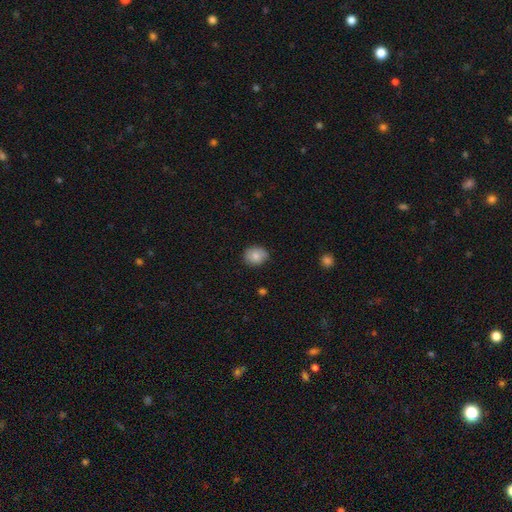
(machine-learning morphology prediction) Smooth or featured: smooth — 83% (featured or disk — 9%)
How rounded: round — 61% (in between — 38%)
Merging: none — 79% (minor disturbance — 17%)